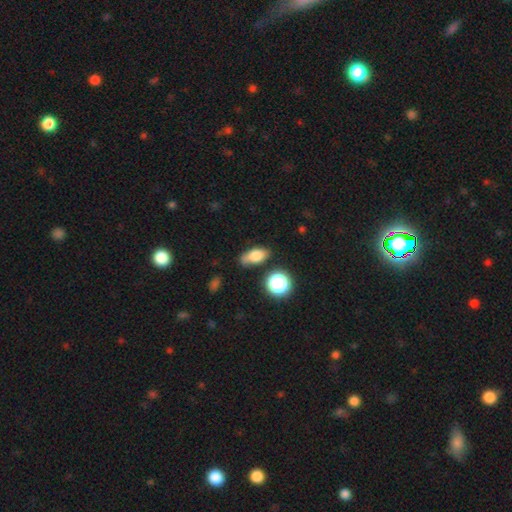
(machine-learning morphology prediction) Smooth or featured: smooth — 74% (featured or disk — 14%)
How rounded: in between — 78% (round — 12%)
Merging: none — 69% (minor disturbance — 21%)